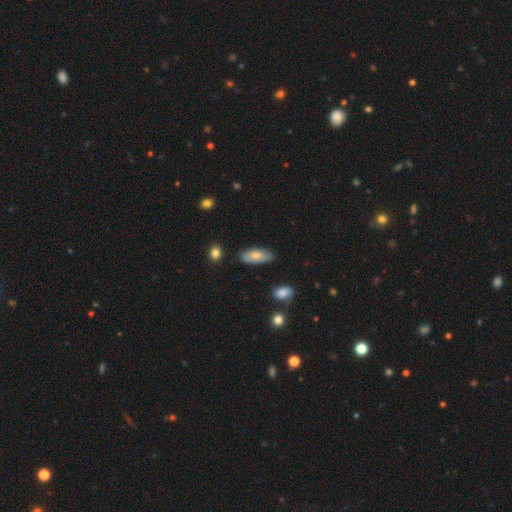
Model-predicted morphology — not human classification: smooth_or_featured: smooth (p=0.71) [alt: featured or disk p=0.23]
how_rounded: in between (p=0.85) [alt: cigar-shaped p=0.13]
merging: none (p=0.73) [alt: minor disturbance p=0.21]